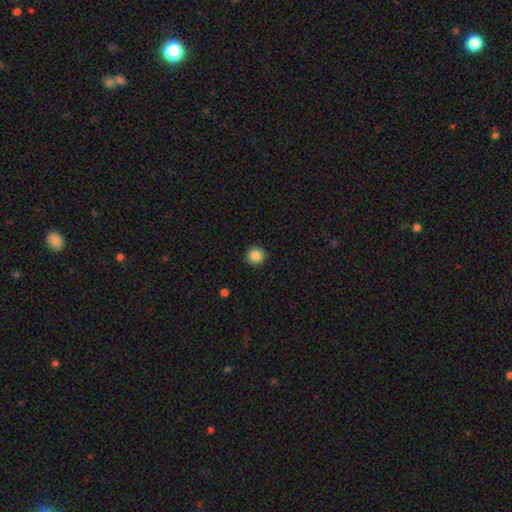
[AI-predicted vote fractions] This appears to be a smooth galaxy with no disk features (86%) that is round (95%). Merging: none (92%).